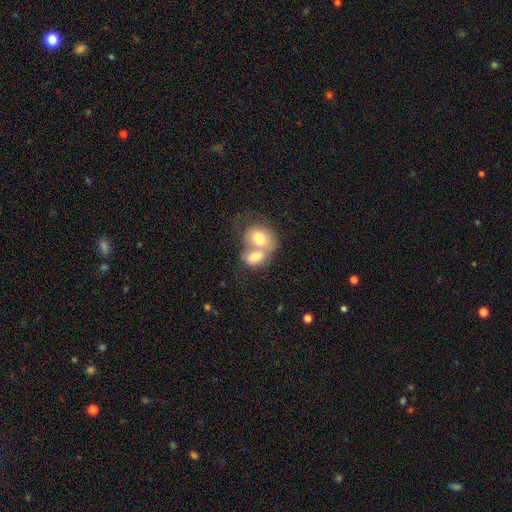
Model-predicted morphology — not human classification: This appears to be a smooth galaxy with no disk features (66%) that is in between round and cigar-shaped (55%). Merging: merger (75%).